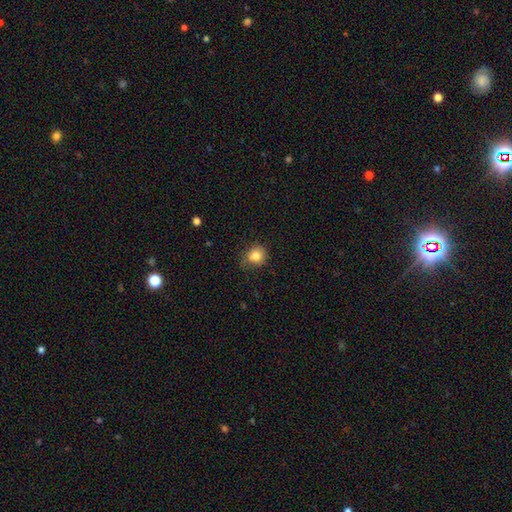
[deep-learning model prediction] Smooth or featured?
  - smooth: 82% *
  - star or artifact: 11%
  - featured or disk: 7%
How rounded?
  - round: 84% *
  - in between: 15%
  - cigar-shaped: 1%
Merging?
  - none: 72% *
  - minor disturbance: 22%
  - major disturbance: 5%
  - merger: 1%